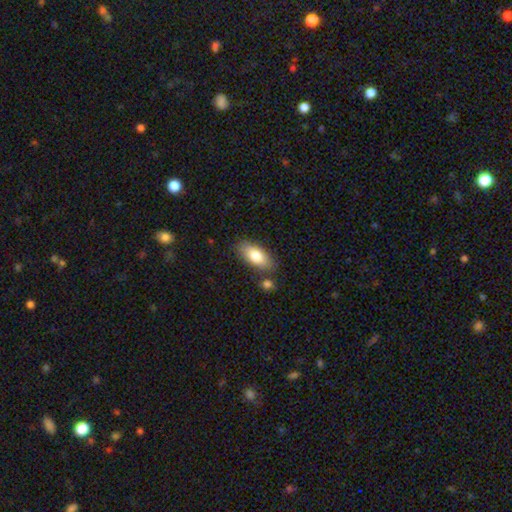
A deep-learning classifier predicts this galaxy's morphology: This is likely a smooth galaxy (78%). How rounded: clearly in between (85%). Merging: likely none (77%).